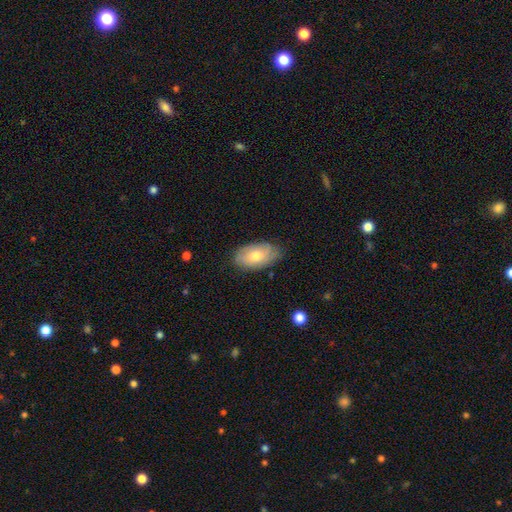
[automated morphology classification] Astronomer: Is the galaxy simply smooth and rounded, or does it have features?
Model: smooth — 64%.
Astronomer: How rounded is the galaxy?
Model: in between — 94%.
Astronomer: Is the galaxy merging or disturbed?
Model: none — 75%.